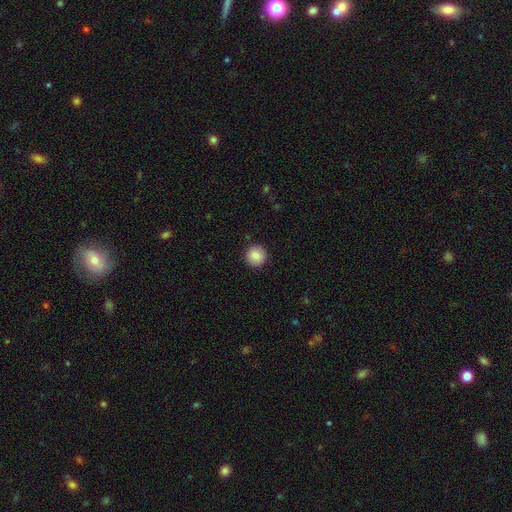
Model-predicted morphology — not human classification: Q: Smooth or featured?
A: smooth (86%); runner-up: star or artifact (8%)
Q: How rounded?
A: round (95%); runner-up: in between (4%)
Q: Merging?
A: none (91%); runner-up: minor disturbance (6%)